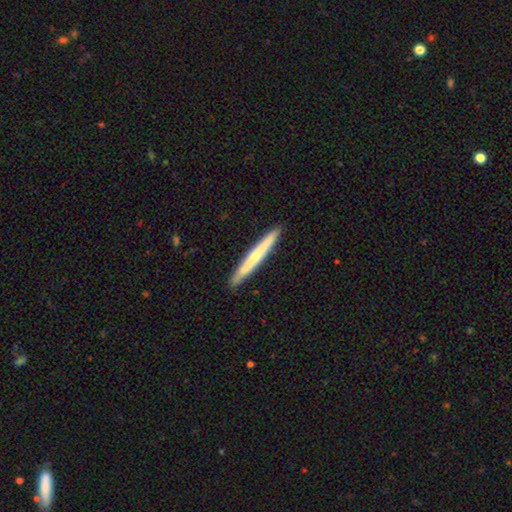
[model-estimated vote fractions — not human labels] Smooth or featured: smooth — 51% (featured or disk — 44%)
How rounded: cigar-shaped — 97% (in between — 2%)
Merging: none — 92% (minor disturbance — 5%)